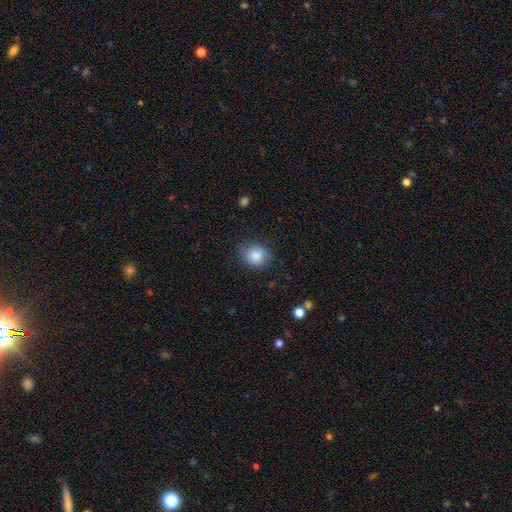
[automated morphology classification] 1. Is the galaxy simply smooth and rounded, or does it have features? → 85% smooth, 8% star or artifact, 7% featured or disk.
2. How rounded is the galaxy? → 70% round, 29% in between, 1% cigar-shaped.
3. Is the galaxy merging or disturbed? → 77% none, 17% minor disturbance, 5% major disturbance, 1% merger.